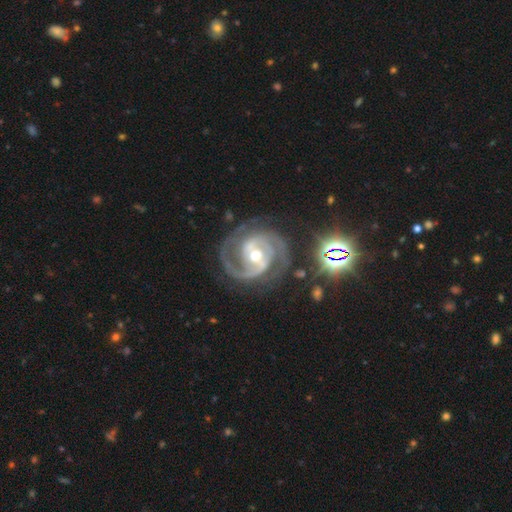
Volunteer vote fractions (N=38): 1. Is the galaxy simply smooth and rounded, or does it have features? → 89% featured or disk, 5% smooth, 5% star or artifact.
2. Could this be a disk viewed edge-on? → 97% no, 3% yes.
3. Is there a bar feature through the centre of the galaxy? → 52% strong, 36% weak, 12% no.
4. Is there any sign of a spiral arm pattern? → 100% yes, 0% no.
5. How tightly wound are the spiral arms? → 58% tight, 39% medium, 3% loose.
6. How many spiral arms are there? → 88% 2, 9% 3, 3% 1, 0% 4, 0% more than 4, 0% can't tell.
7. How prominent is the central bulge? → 76% moderate, 18% small, 6% large, 0% dominant, 0% none.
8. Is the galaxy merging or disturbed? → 92% none, 6% minor disturbance, 3% major disturbance, 0% merger.